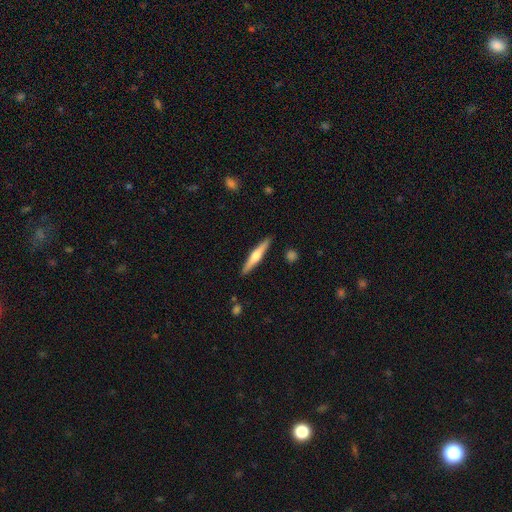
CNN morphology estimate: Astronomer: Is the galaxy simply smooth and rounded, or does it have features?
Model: featured or disk — 55% (runner-up: smooth, 40%).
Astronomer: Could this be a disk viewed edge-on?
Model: yes — 97%.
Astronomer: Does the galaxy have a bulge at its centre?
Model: rounded — 86%.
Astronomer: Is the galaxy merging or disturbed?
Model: none — 90%.